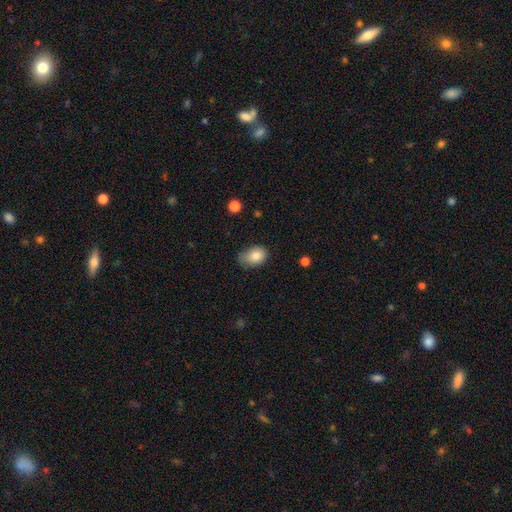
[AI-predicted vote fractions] Morphology: type=smooth (83%); roundness=in between (78%); merging=none (52%).